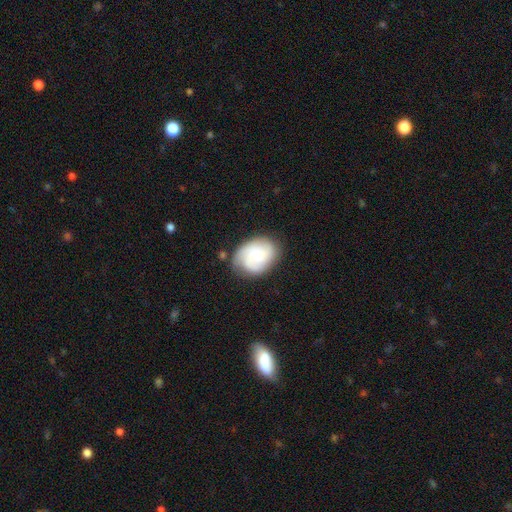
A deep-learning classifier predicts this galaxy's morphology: This appears to be a featured or disk galaxy (55%) with no bar (69%), spiral arms (89%) and a moderate central bulge (48%). Merging: none (70%).